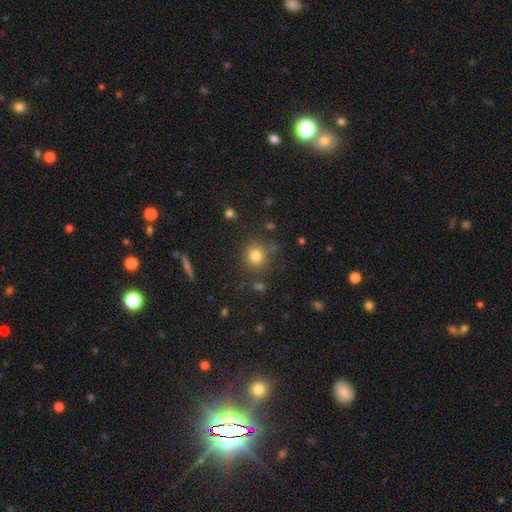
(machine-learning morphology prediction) The model was most divided on "smooth or featured": smooth: 80%, star or artifact: 13%, featured or disk: 7%. More confident: how rounded — round (86%); merging — none (80%).